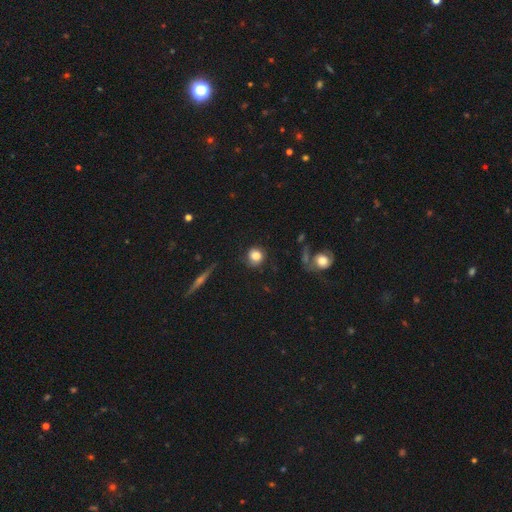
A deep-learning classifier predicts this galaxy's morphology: smooth 80%, featured or disk 12%, star or artifact 9%. Down the decision tree: how rounded — round (84%); merging — none (75%).